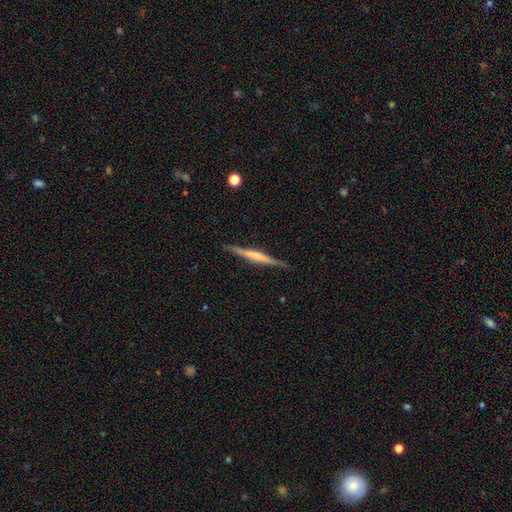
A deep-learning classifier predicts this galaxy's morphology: The model was most divided on "edge-on bulge": rounded: 42%, none: 34%, boxy: 24%. More confident: edge-on disk — yes (98%); merging — none (88%); smooth or featured — featured or disk (66%).